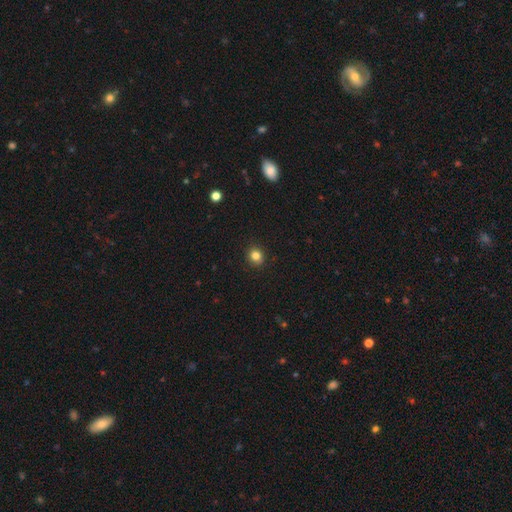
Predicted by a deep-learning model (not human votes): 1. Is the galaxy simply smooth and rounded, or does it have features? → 83% smooth, 11% star or artifact, 5% featured or disk.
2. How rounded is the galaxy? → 80% round, 19% in between, 1% cigar-shaped.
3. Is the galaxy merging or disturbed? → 91% none, 6% minor disturbance, 2% major disturbance, 1% merger.